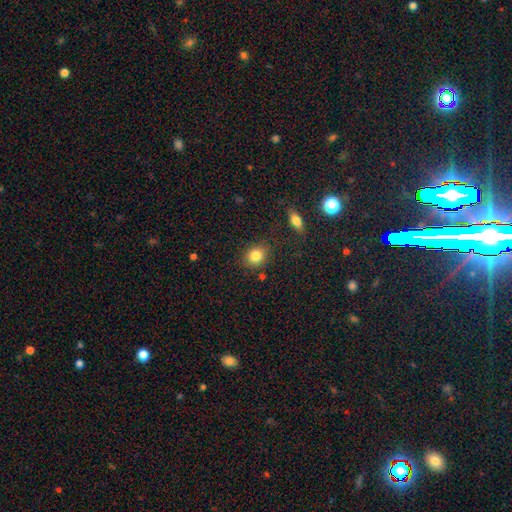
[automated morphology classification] A smooth galaxy with no disk features (84%) that is round (68%).

Vote fractions:
- Smooth or featured? smooth: 84% / star or artifact: 10% / featured or disk: 6%
- How rounded? round: 68% / in between: 31% / cigar-shaped: 1%
- Merging? none: 82% / minor disturbance: 11% / merger: 4% / major disturbance: 3%